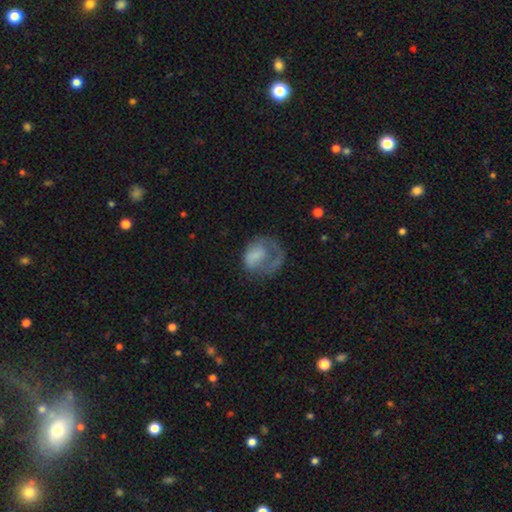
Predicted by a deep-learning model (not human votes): smooth 51%, featured or disk 40%, star or artifact 9%. Down the decision tree: how rounded — round (54%); merging — major disturbance (50%).